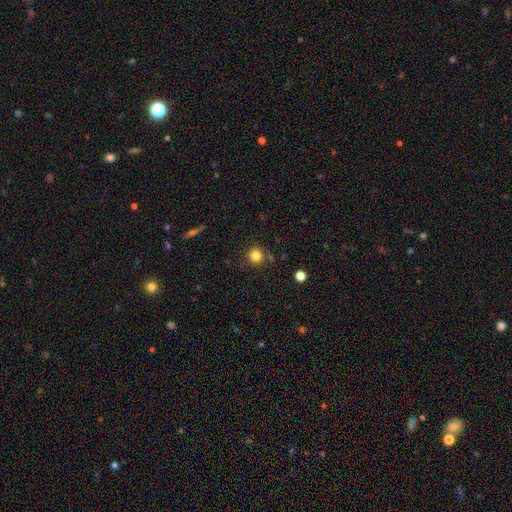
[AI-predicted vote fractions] This appears to be a smooth galaxy with no disk features (83%) that is round (93%). Merging: none (83%).